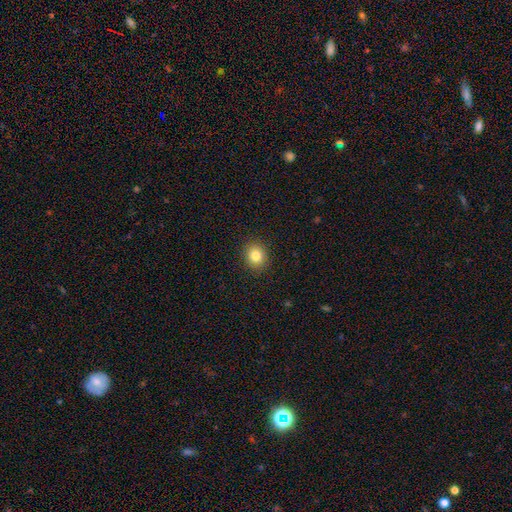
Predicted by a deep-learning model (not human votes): Smooth or featured: smooth — 83% (star or artifact — 11%)
How rounded: round — 77% (in between — 22%)
Merging: none — 91% (minor disturbance — 6%)